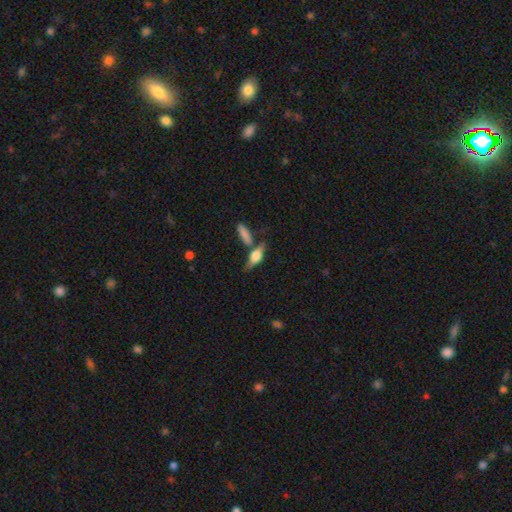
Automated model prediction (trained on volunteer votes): A featured or disk galaxy (55%) viewed edge-on (91%) with a rounded central bulge (88%).

Vote fractions:
- Smooth or featured? featured or disk: 55% / smooth: 36% / star or artifact: 9%
- Edge-on disk? yes: 91% / no: 9%
- Edge-on bulge? rounded: 88% / boxy: 9% / none: 3%
- Merging? none: 58% / merger: 20% / minor disturbance: 15% / major disturbance: 7%